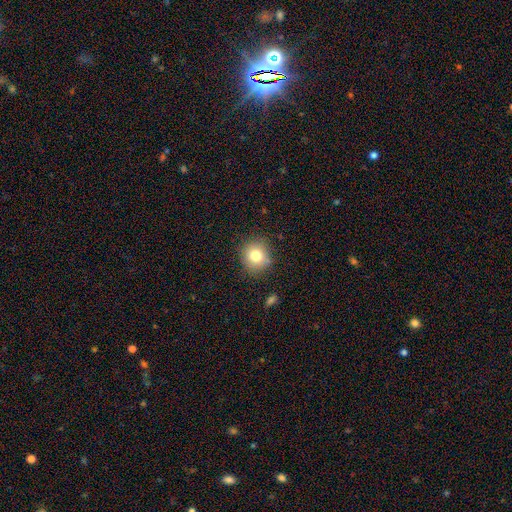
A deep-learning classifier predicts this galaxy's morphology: This is likely a smooth galaxy (78%). How rounded: clearly round (88%). Merging: clearly none (85%).